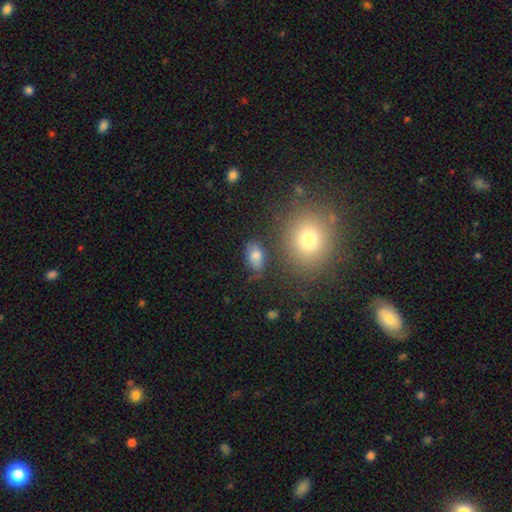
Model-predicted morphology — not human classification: Smooth or featured? smooth (76%)
How rounded? in between (86%)
Merging? none (71%)